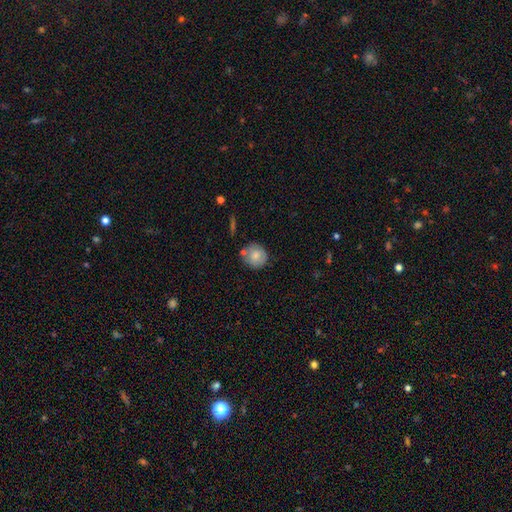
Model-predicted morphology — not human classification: Smooth or featured?
  - smooth: 78% *
  - featured or disk: 15%
  - star or artifact: 7%
How rounded?
  - round: 88% *
  - in between: 11%
  - cigar-shaped: 1%
Merging?
  - none: 72% *
  - minor disturbance: 15%
  - merger: 9%
  - major disturbance: 3%